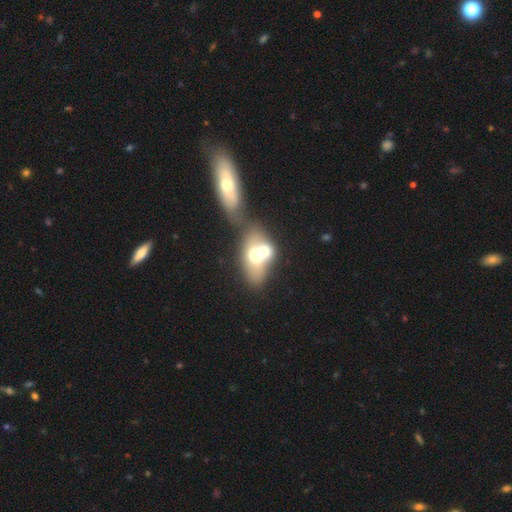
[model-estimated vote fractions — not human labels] Morphology: type=smooth (58%); roundness=in between (74%); merging=merger (75%).